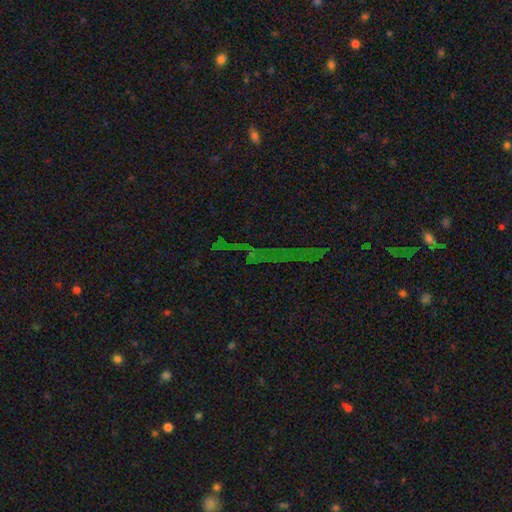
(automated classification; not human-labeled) This appears to be a star or artifact, not a galaxy (74%).